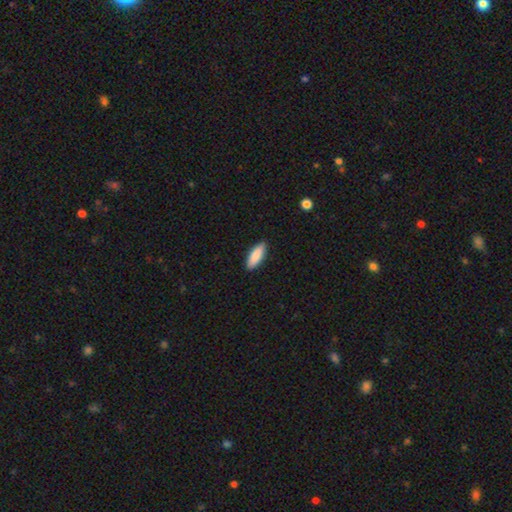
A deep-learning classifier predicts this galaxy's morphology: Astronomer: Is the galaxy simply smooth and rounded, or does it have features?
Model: smooth — 87%.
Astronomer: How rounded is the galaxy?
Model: in between — 67%.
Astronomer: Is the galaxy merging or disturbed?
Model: none — 90%.